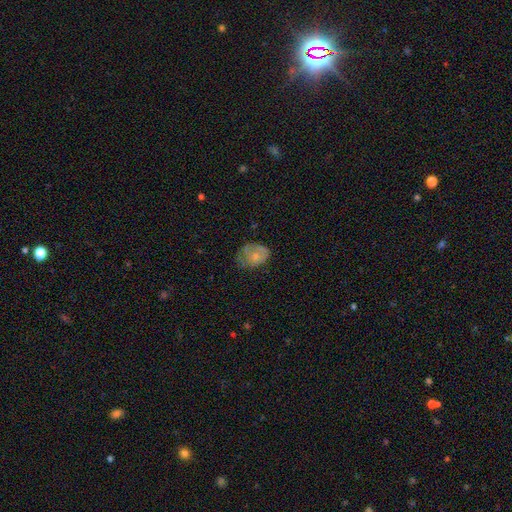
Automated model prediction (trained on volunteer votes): The model was most divided on "merging": none: 40%, minor disturbance: 35%, major disturbance: 24%, merger: 2%. More confident: how rounded — in between (69%); smooth or featured — smooth (60%).